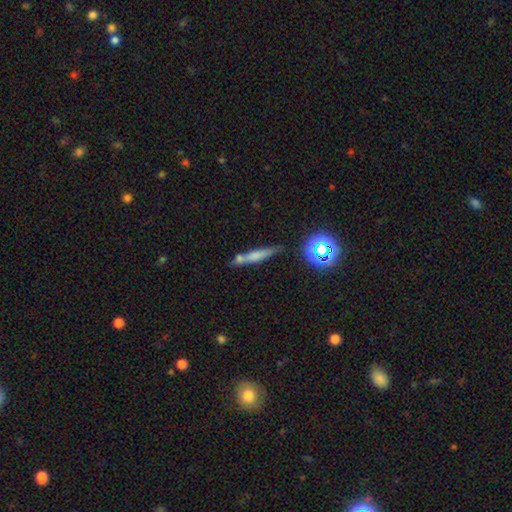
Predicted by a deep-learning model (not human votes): smooth 57%, featured or disk 29%, star or artifact 14%. Down the decision tree: how rounded — cigar-shaped (85%); merging — none (58%).